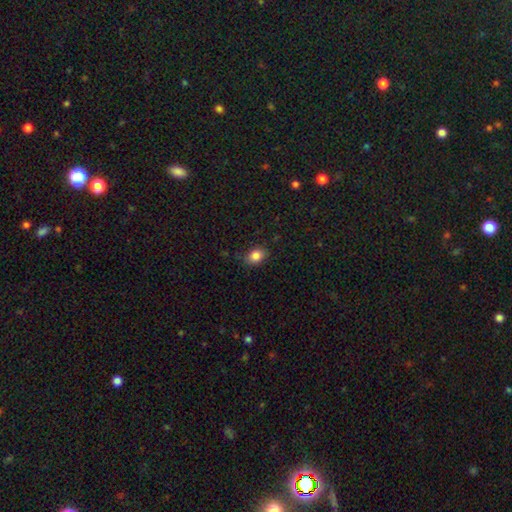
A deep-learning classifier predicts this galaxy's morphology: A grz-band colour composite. It shows a smooth galaxy with no disk features (85%) that is in between round and cigar-shaped (68%). Merging: none (80%).